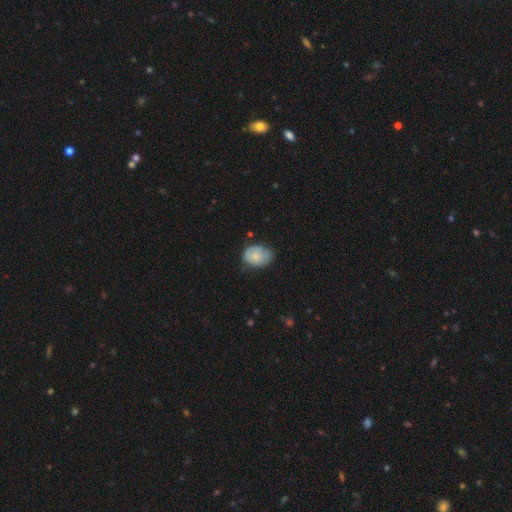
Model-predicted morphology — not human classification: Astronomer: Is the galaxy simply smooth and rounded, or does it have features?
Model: smooth — 66%.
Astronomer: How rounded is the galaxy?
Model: in between — 66%.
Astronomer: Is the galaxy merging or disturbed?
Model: none — 53% (runner-up: minor disturbance, 36%).